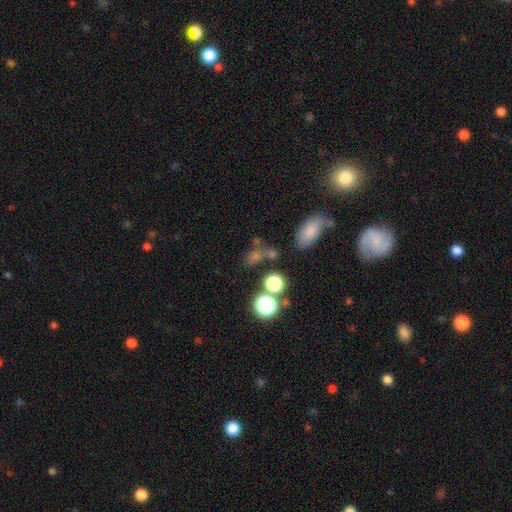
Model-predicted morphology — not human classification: Smooth or featured? smooth (63%)
How rounded? round (52%)
Merging? none (55%)